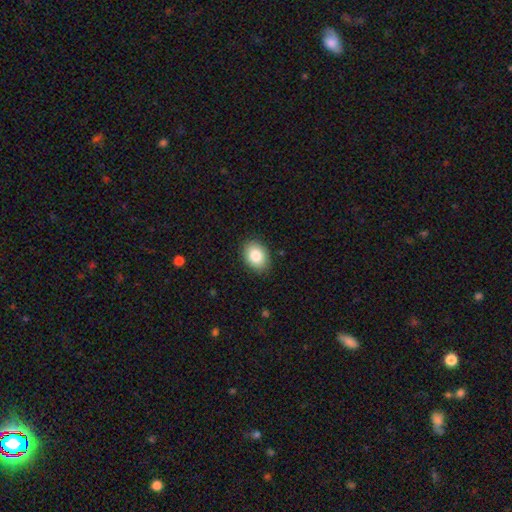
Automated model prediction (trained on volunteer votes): smooth 84%, star or artifact 8%, featured or disk 8%. Down the decision tree: how rounded — in between (66%); merging — none (88%).